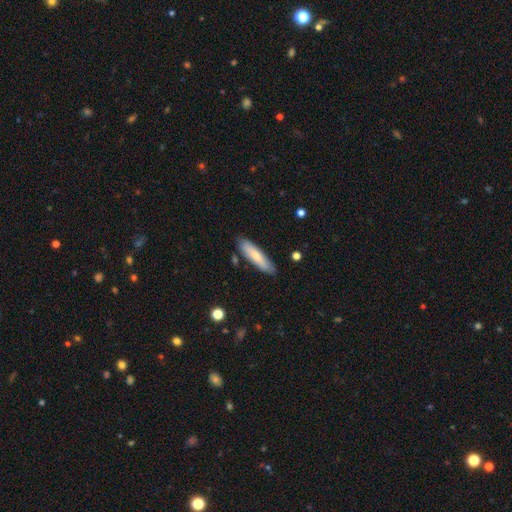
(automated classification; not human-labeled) The model was most divided on "how rounded": cigar-shaped: 70%, in between: 29%, round: 1%. More confident: merging — none (83%); smooth or featured — smooth (71%).